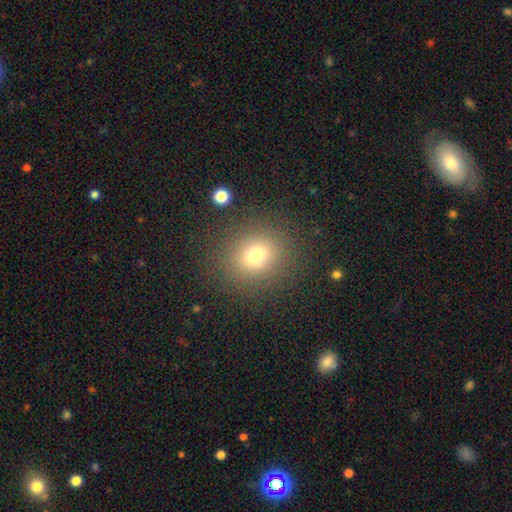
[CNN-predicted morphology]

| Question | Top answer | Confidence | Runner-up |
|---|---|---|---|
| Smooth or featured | smooth | 74% | star or artifact (16%) |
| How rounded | round | 78% | in between (21%) |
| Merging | none | 86% | minor disturbance (8%) |